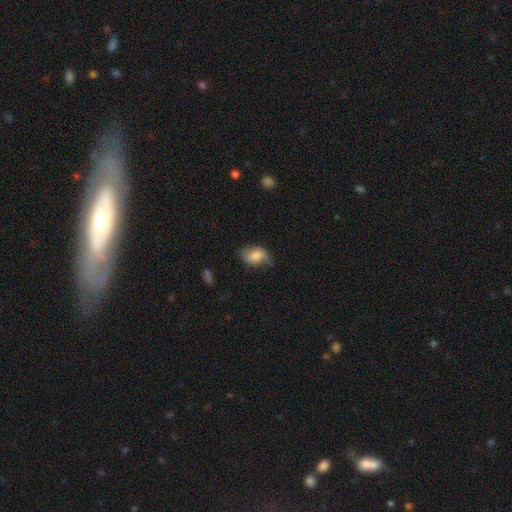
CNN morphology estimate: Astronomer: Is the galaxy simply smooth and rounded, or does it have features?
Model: smooth — 71%.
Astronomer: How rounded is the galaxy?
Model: in between — 86%.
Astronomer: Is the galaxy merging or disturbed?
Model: none — 59%.